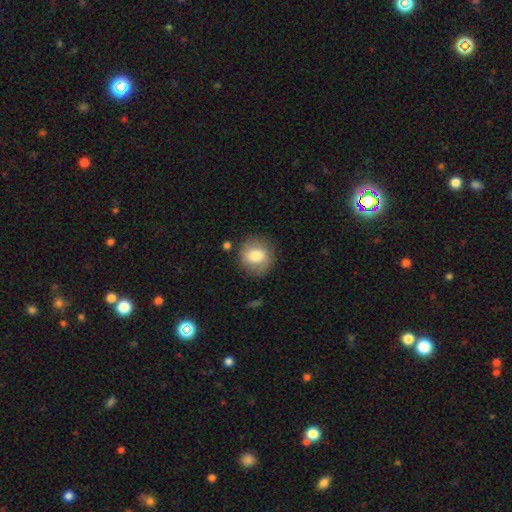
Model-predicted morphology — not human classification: Smooth or featured? Predicted: smooth (p=0.75). How rounded? Predicted: round (p=0.86). Merging? Predicted: none (p=0.83).